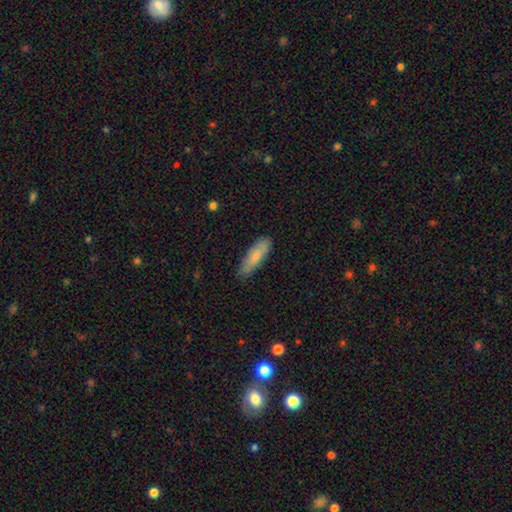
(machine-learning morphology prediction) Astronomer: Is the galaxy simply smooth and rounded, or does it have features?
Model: smooth — 78%.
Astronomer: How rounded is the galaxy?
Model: cigar-shaped — 65%.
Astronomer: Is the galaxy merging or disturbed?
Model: none — 83%.